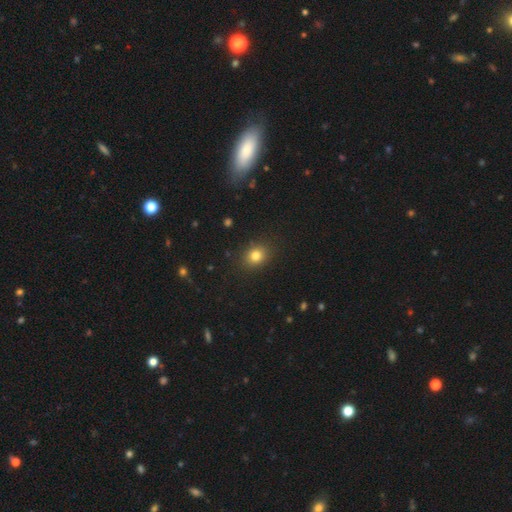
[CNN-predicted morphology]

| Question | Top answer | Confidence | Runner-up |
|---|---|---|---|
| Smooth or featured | smooth | 81% | star or artifact (12%) |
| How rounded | round | 63% | in between (36%) |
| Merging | none | 88% | minor disturbance (8%) |